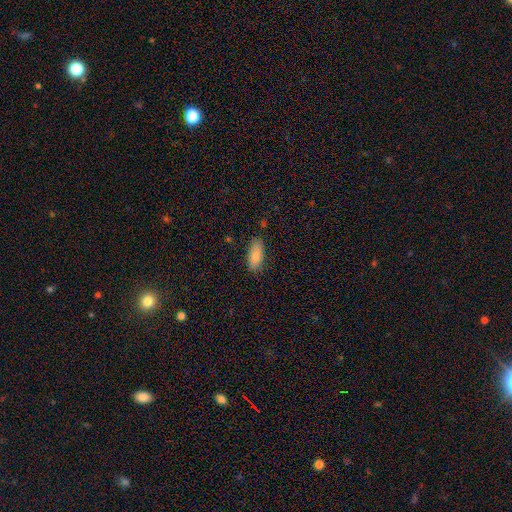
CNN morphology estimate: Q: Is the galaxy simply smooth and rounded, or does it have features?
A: smooth — 86%.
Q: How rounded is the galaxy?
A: in between — 83%.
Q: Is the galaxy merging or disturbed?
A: none — 80%.